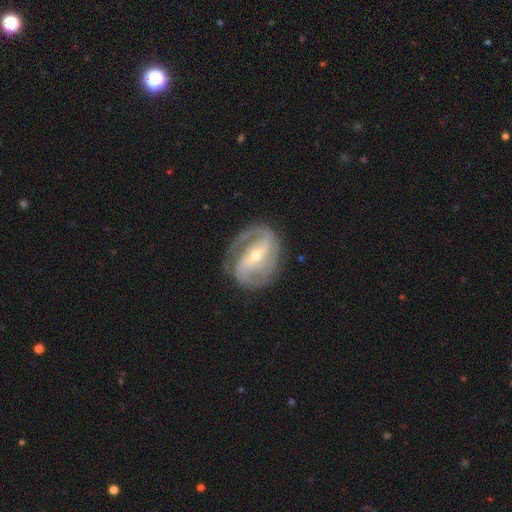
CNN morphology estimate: Overall: featured or disk (88%). Edge-on disk: no (97%). Bar: weak (37%, tied with strong). Spiral arms: yes (96%). Spiral arm count: 2 (68%). Spiral winding: tight (45%; medium 42%). Bulge size: small (51%; moderate 45%). Merging: none (74%).